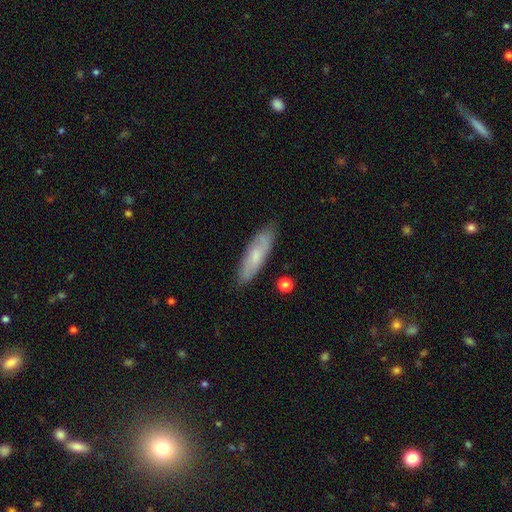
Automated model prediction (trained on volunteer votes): The model was most divided on "how rounded": cigar-shaped: 56%, in between: 42%, round: 2%. More confident: merging — none (82%); smooth or featured — smooth (57%).